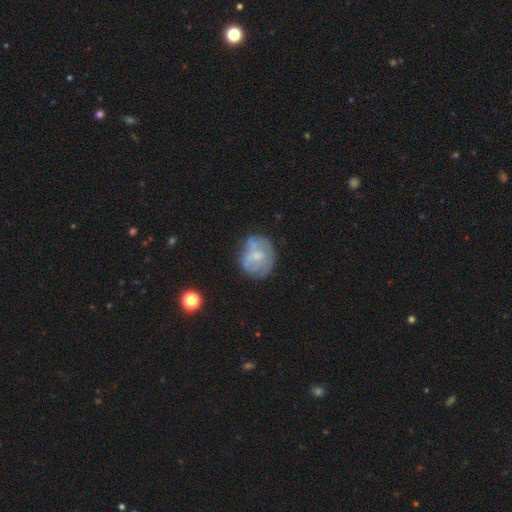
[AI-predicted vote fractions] This appears to be a featured or disk galaxy (49%). Merging: none (53%).